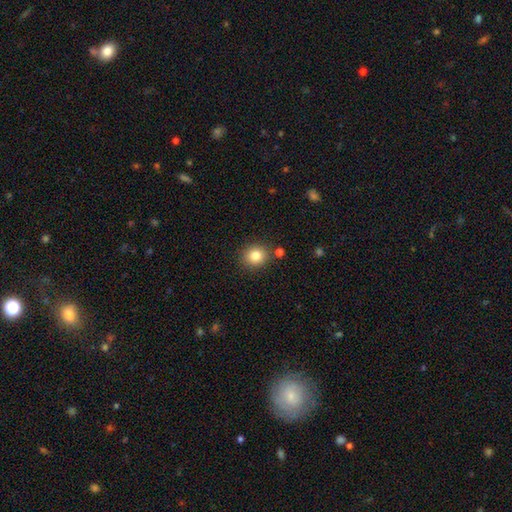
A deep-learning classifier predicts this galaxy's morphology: A smooth galaxy with no disk features (82%) that is round (84%). Merging: none (85%).